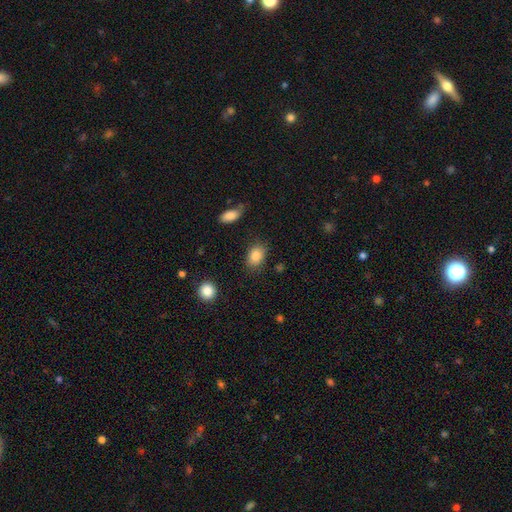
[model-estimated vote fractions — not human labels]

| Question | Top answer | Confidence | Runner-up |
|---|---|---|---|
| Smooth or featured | smooth | 85% | star or artifact (9%) |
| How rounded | in between | 75% | round (23%) |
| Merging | none | 81% | minor disturbance (13%) |